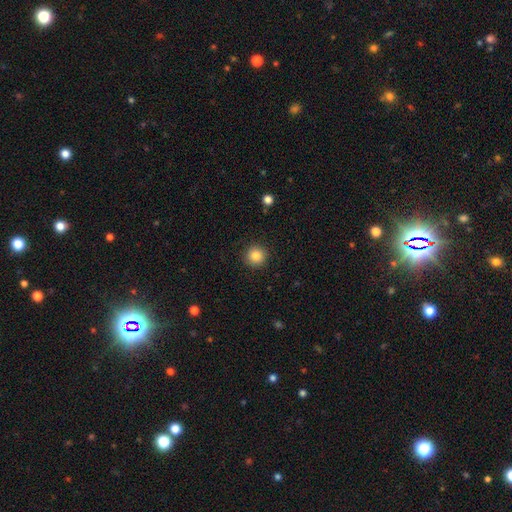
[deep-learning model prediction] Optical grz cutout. It shows a smooth galaxy with no disk features (85%) that is round (95%). Merging: none (92%).